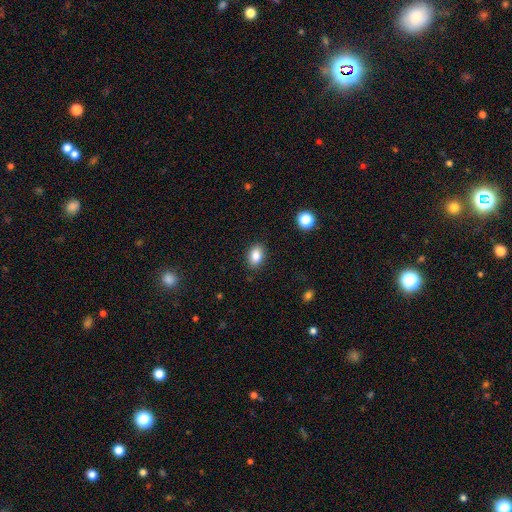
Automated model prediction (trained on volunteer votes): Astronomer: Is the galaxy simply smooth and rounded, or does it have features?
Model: smooth — 85%.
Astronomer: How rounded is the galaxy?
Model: in between — 82%.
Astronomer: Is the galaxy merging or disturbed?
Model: none — 88%.